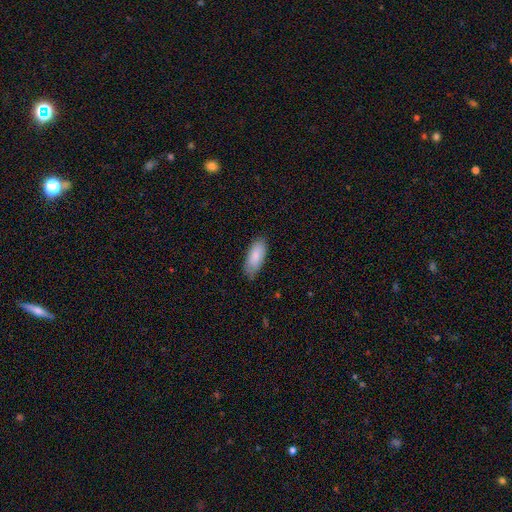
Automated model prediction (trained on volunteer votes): A smooth galaxy with no disk features (85%) that is in between round and cigar-shaped (83%). Merging: none (78%).